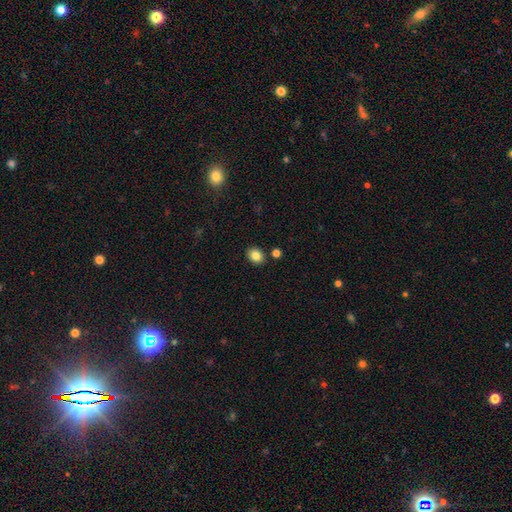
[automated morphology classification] A smooth galaxy with no disk features (83%) that is in between round and cigar-shaped (55%). Merging: none (87%).